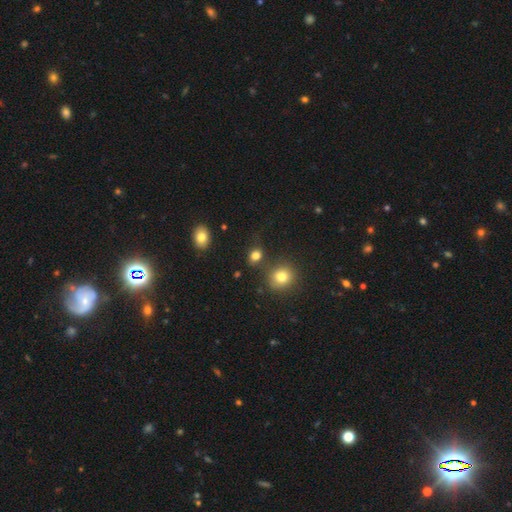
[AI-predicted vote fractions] Smooth or featured? smooth (81%)
How rounded? round (50%)
Merging? none (73%)